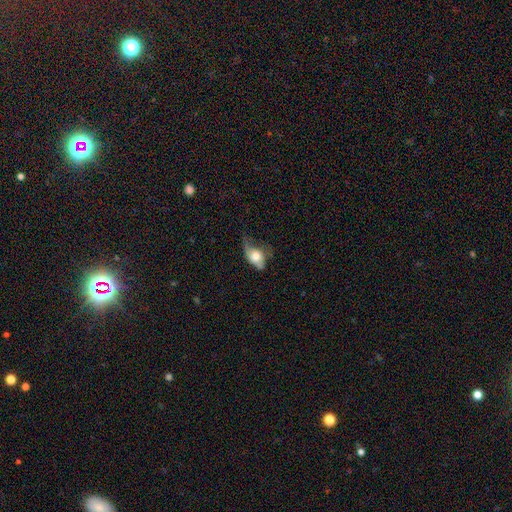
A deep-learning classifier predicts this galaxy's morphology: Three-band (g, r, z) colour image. It shows a smooth galaxy with no disk features (61%) that is in between round and cigar-shaped (81%). Merging: major disturbance (45%).